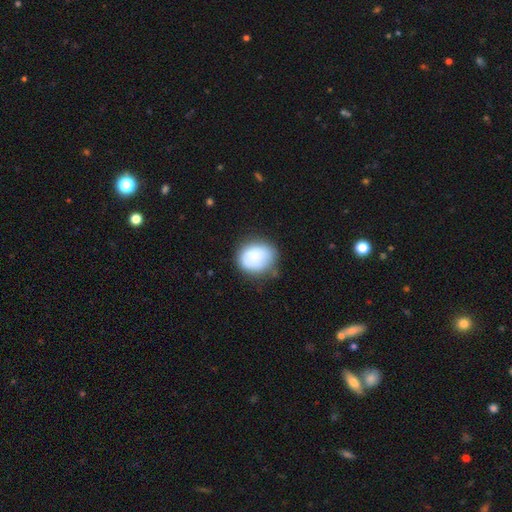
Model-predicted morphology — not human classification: Smooth or featured? smooth (83%)
How rounded? round (56%)
Merging? none (61%)